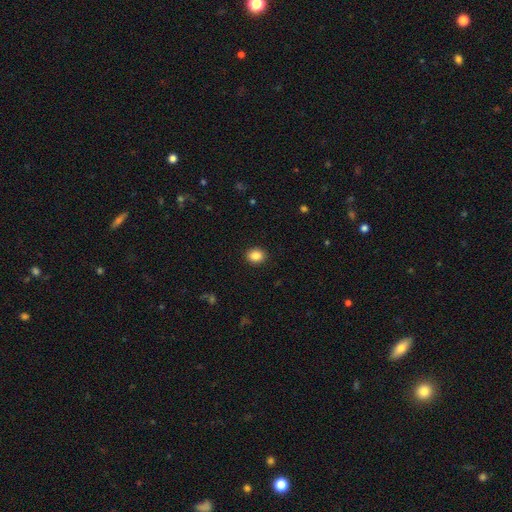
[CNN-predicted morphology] smooth 87%, star or artifact 9%, featured or disk 4%. Down the decision tree: how rounded — round (58%); merging — none (91%).